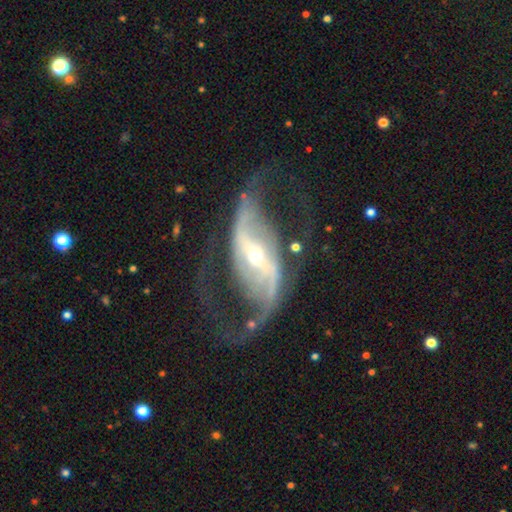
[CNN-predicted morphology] featured or disk 90%, star or artifact 6%, smooth 4%. Down the decision tree: edge-on disk — no (95%); bar — strong (56%); spiral arms — yes (96%); spiral arm count — 2 (92%); spiral winding — loose (56%); bulge size — small (65%); merging — none (67%).